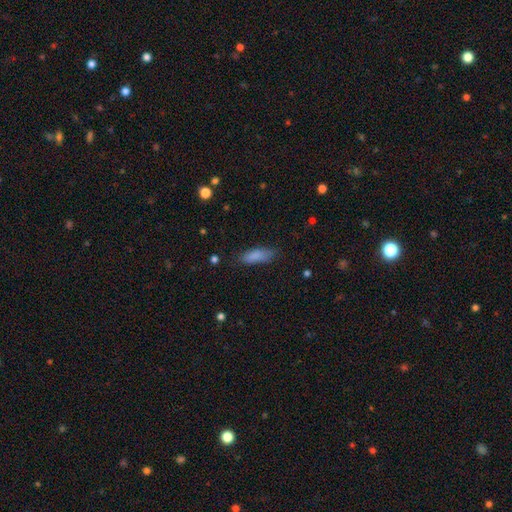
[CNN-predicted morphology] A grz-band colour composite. It shows a smooth galaxy with no disk features (84%) that is in between round and cigar-shaped (63%). Merging: none (72%).